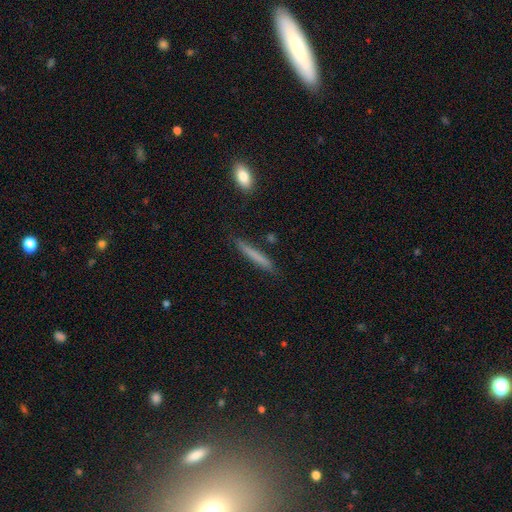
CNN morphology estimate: The model was most divided on "smooth or featured": smooth: 71%, featured or disk: 23%, star or artifact: 7%. More confident: how rounded — cigar-shaped (95%); merging — none (86%).